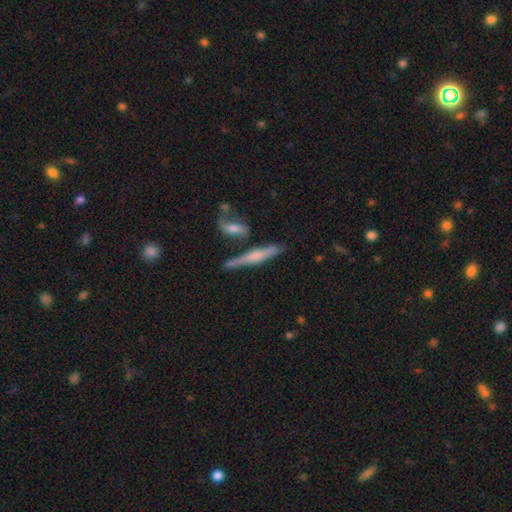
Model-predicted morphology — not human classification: A featured or disk galaxy (57%) viewed edge-on (93%) with a rounded central bulge (58%). Merging: none (70%).